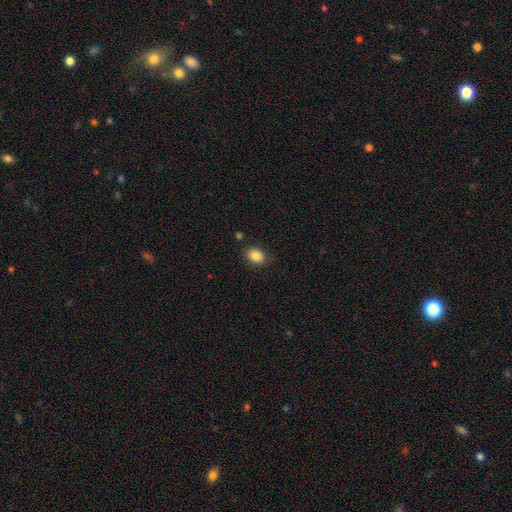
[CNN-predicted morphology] smooth-or-featured: smooth: 85% | star or artifact: 9% | featured or disk: 6%
  how-rounded: in between: 72% | round: 27% | cigar-shaped: 1%
  merging: none: 85% | minor disturbance: 10% | major disturbance: 2% | merger: 2%